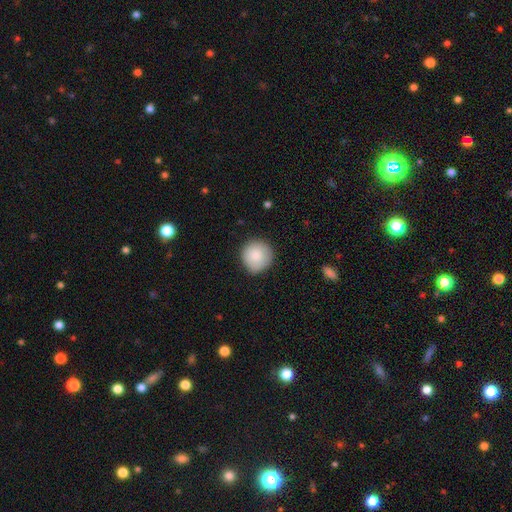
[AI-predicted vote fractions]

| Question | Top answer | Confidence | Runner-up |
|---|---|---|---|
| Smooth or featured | smooth | 86% | featured or disk (7%) |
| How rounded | round | 94% | in between (5%) |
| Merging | none | 85% | minor disturbance (11%) |